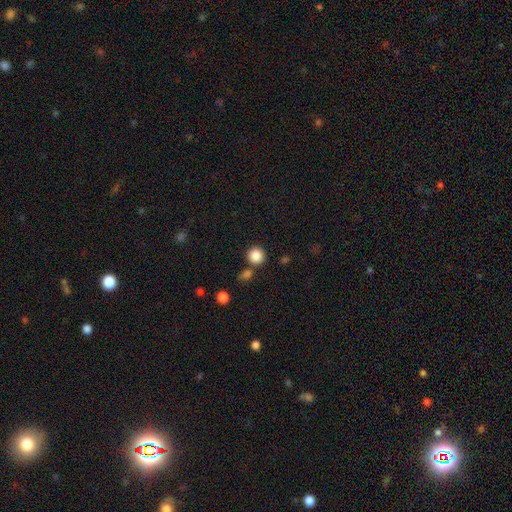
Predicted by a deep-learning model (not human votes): smooth-or-featured: smooth: 86% | star or artifact: 10% | featured or disk: 4%
  how-rounded: round: 92% | in between: 7% | cigar-shaped: 1%
  merging: none: 78% | merger: 11% | minor disturbance: 8% | major disturbance: 3%